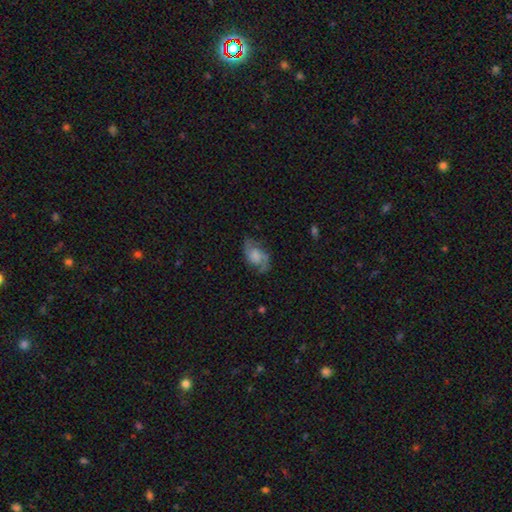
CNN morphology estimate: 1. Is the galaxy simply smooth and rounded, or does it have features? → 66% featured or disk, 26% smooth, 8% star or artifact.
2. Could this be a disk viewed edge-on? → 96% no, 4% yes.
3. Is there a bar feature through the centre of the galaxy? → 64% no, 31% weak, 5% strong.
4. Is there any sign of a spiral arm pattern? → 91% yes, 9% no.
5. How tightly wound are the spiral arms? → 46% medium, 38% loose, 16% tight.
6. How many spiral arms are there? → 86% 2, 6% can't tell, 4% 1, 2% 3, 1% 4, 1% more than 4.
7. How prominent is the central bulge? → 33% none, 23% large, 22% moderate, 19% small, 4% dominant.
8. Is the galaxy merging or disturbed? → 65% none, 21% minor disturbance, 12% major disturbance, 2% merger.